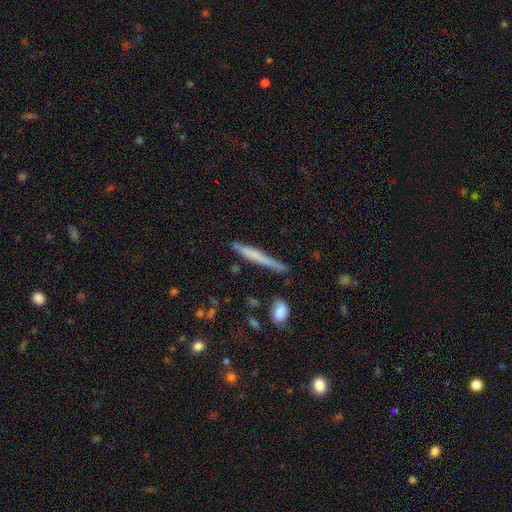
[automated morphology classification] A smooth galaxy with no disk features (61%) that is cigar-shaped (95%). Merging: none (77%).